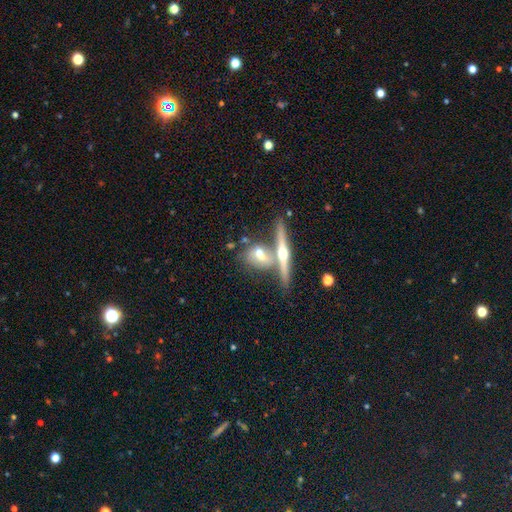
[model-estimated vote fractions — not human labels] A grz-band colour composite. It shows a featured or disk galaxy (65%) viewed edge-on (88%) with a rounded central bulge (93%). Merging: none (50%).